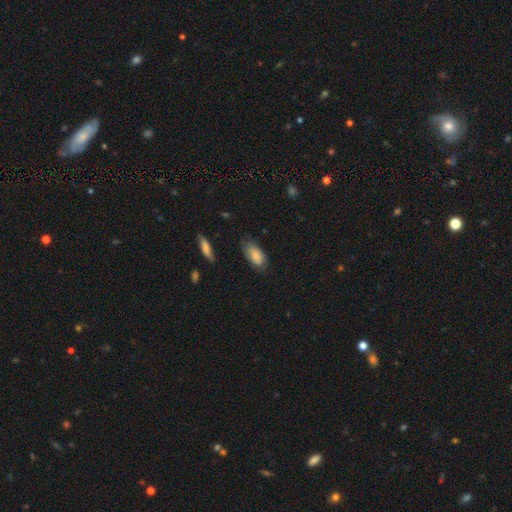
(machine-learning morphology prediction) A smooth galaxy with no disk features (79%) that is in between round and cigar-shaped (91%). Merging: none (65%).